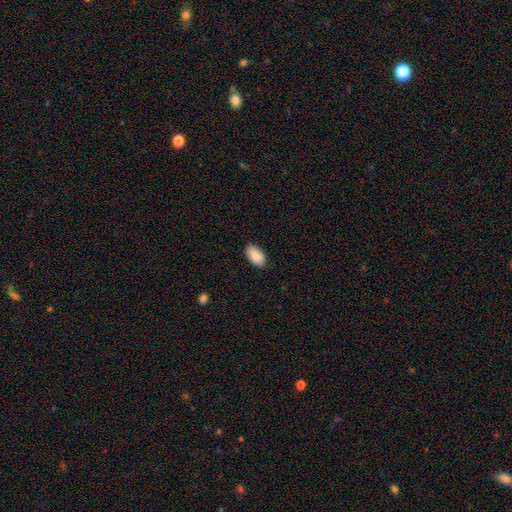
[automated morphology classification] Smooth or featured: smooth — 90% (star or artifact — 6%)
How rounded: in between — 95% (round — 3%)
Merging: none — 87% (minor disturbance — 10%)